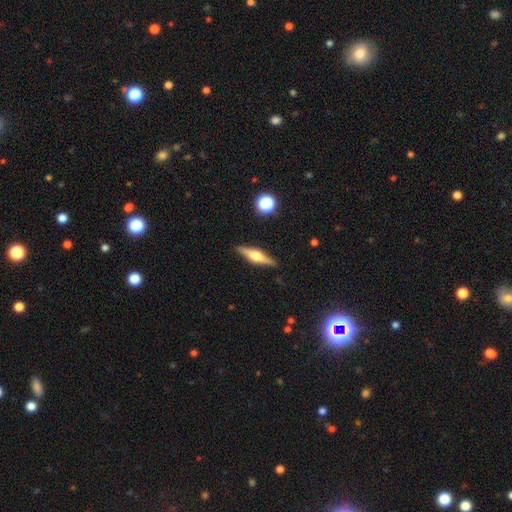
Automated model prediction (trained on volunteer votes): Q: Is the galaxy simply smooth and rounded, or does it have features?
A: featured or disk — 67%.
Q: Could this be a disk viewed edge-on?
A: yes — 97%.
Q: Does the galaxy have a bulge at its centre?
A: rounded — 93%.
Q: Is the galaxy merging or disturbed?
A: none — 90%.